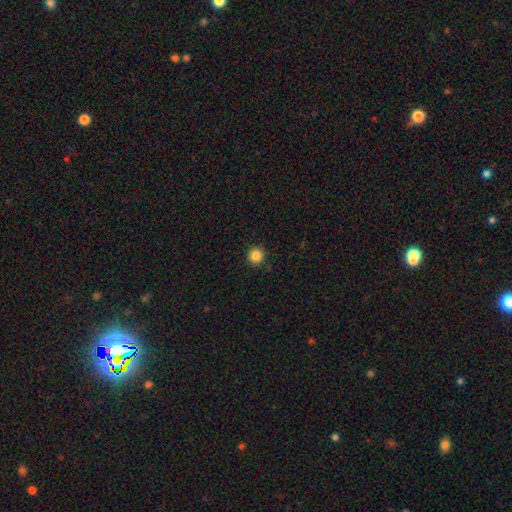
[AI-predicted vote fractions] The model was most divided on "smooth or featured": smooth: 86%, star or artifact: 11%, featured or disk: 3%. More confident: how rounded — round (94%); merging — none (92%).